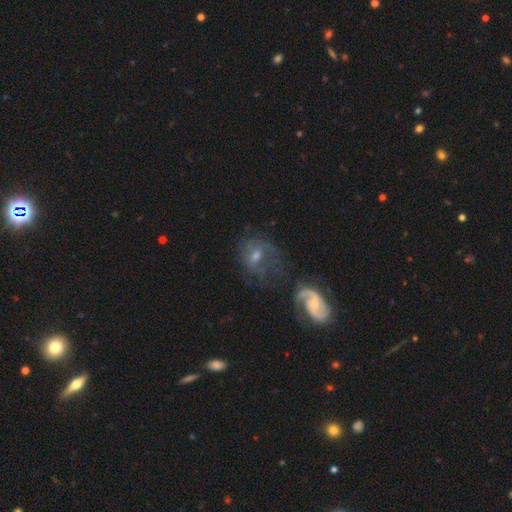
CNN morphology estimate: The model was most divided on "bulge size": small: 45%, moderate: 42%, none: 8%, large: 3%, dominant: 1%. Remaining: edge-on disk — no (95%); spiral arms — yes (77%); smooth or featured — featured or disk (62%); bar — weak (47%); merging — none (47%).